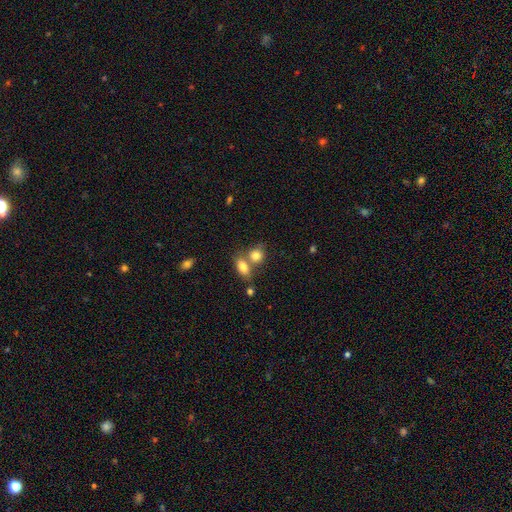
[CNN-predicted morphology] This appears to be a smooth galaxy with no disk features (82%) that is round (53%). Merging: merger (45%).